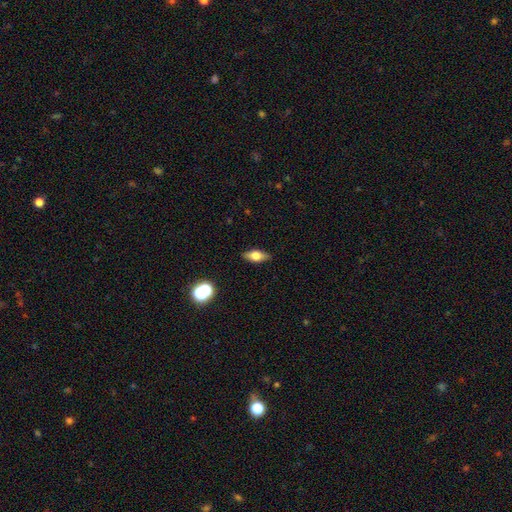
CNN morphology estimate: A smooth galaxy with no disk features (63%) that is in between round and cigar-shaped (77%). Merging: none (86%).